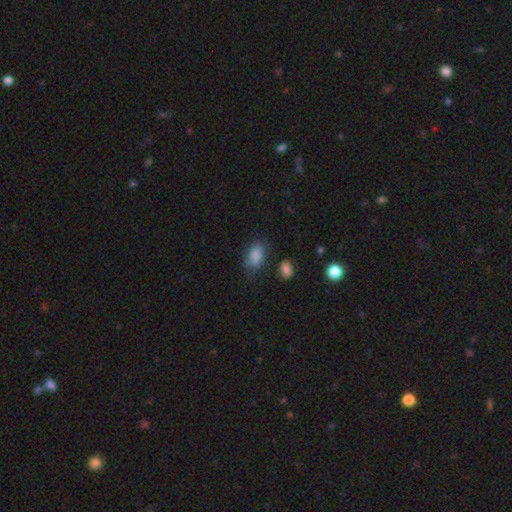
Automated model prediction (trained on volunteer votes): Q: Smooth or featured?
A: smooth (85%); runner-up: star or artifact (8%)
Q: How rounded?
A: in between (90%); runner-up: round (8%)
Q: Merging?
A: none (67%); runner-up: minor disturbance (21%)